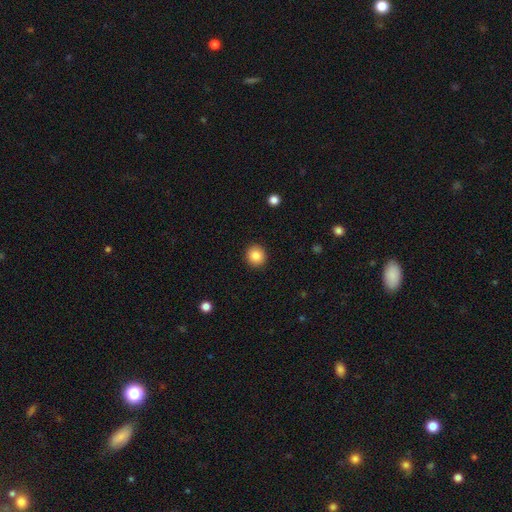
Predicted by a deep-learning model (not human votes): Smooth or featured? Predicted: smooth (p=0.85). How rounded? Predicted: round (p=0.90). Merging? Predicted: none (p=0.92).